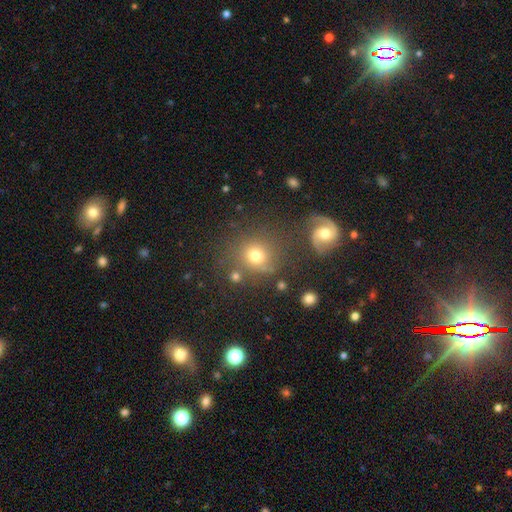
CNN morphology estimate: The model was most divided on "smooth or featured": smooth: 69%, featured or disk: 16%, star or artifact: 15%. More confident: how rounded — round (86%); merging — none (73%).